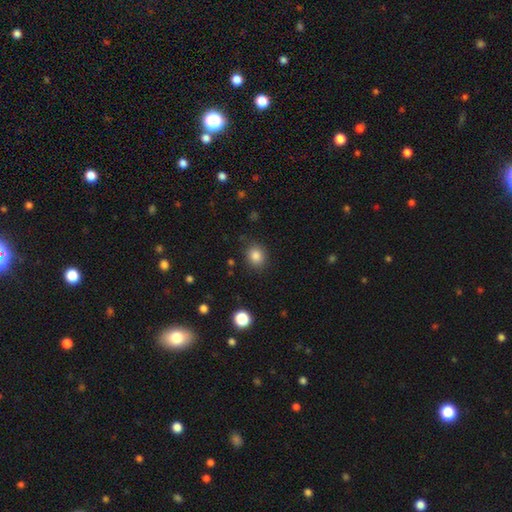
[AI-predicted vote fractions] A smooth galaxy with no disk features (84%) that is round (72%). Merging: none (85%).